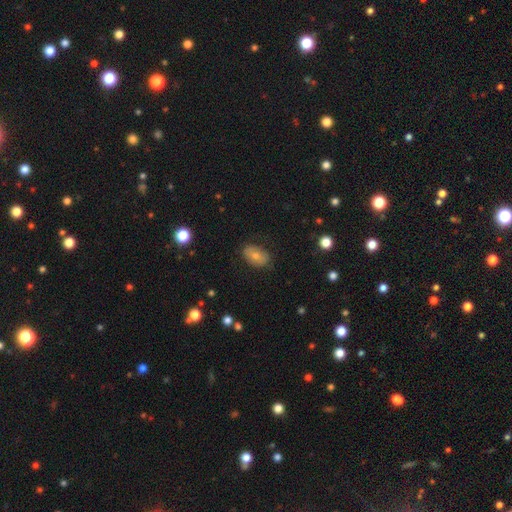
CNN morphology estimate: The model was most divided on "smooth or featured": smooth: 70%, featured or disk: 22%, star or artifact: 9%. More confident: how rounded — in between (87%); merging — none (80%).